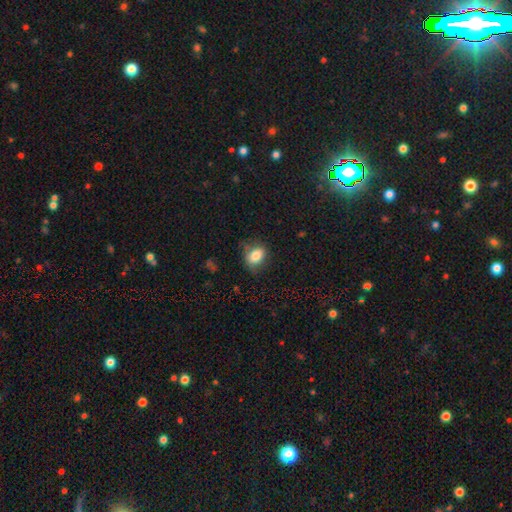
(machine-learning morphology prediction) The model was most divided on "how rounded": in between: 66%, round: 33%, cigar-shaped: 1%. More confident: smooth or featured — smooth (81%); merging — none (65%).